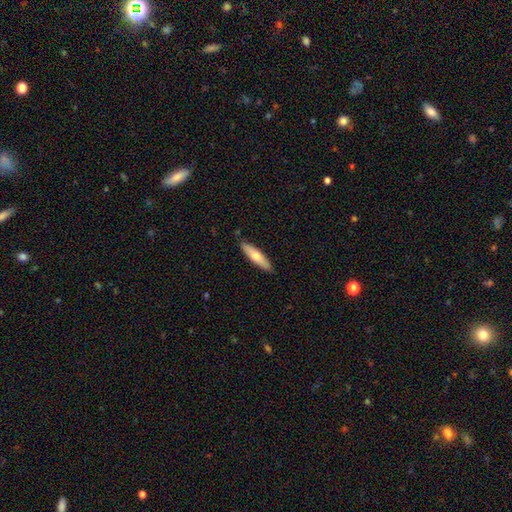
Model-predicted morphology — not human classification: Q: Smooth or featured?
A: smooth (62%); runner-up: featured or disk (32%)
Q: How rounded?
A: cigar-shaped (74%); runner-up: in between (24%)
Q: Merging?
A: none (88%); runner-up: minor disturbance (9%)